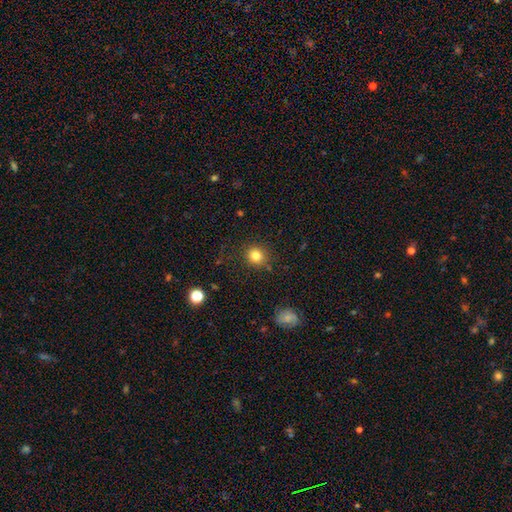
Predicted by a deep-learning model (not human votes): A smooth galaxy with no disk features (81%) that is round (89%).

Vote fractions:
- Smooth or featured? smooth: 81% / star or artifact: 12% / featured or disk: 6%
- How rounded? round: 89% / in between: 10% / cigar-shaped: 1%
- Merging? none: 87% / minor disturbance: 8% / major disturbance: 3% / merger: 2%